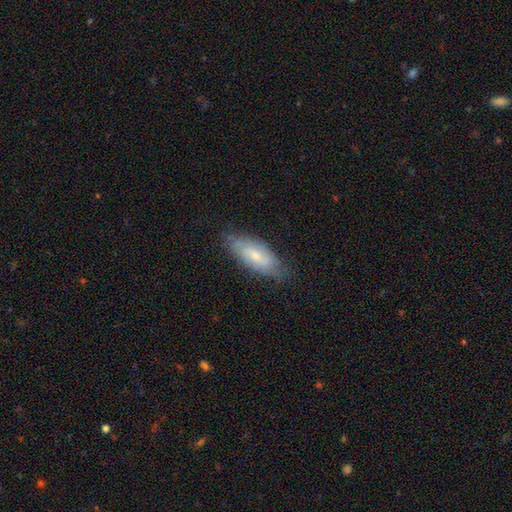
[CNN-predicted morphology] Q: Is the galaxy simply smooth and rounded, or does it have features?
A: smooth — 53%.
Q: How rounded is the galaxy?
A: in between — 77%.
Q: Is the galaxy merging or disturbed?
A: none — 74%.